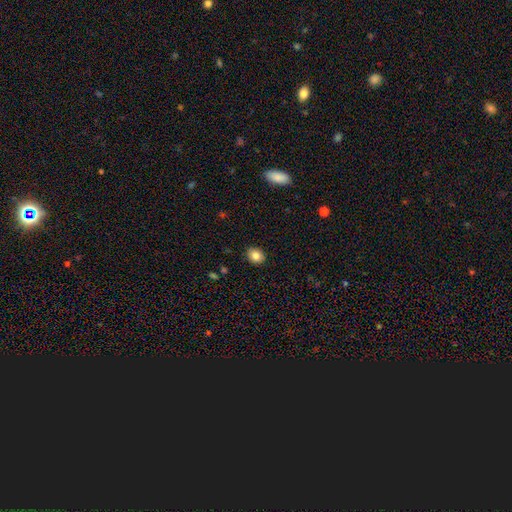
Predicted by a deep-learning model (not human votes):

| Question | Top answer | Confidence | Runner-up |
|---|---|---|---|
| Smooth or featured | smooth | 83% | star or artifact (9%) |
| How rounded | round | 55% | in between (44%) |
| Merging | none | 90% | minor disturbance (7%) |